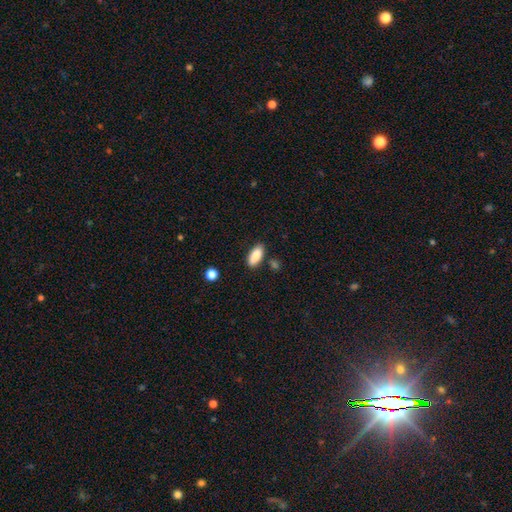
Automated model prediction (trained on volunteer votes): Overall: smooth (87%). How rounded: in between (84%). Merging: none (82%).